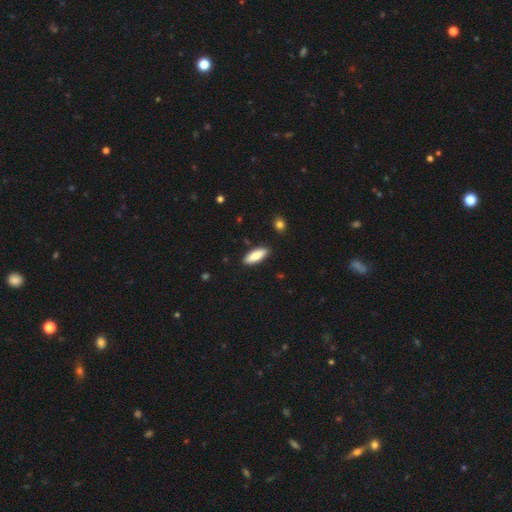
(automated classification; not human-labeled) This appears to be a smooth galaxy with no disk features (84%) that is in between round and cigar-shaped (62%). Merging: none (88%).